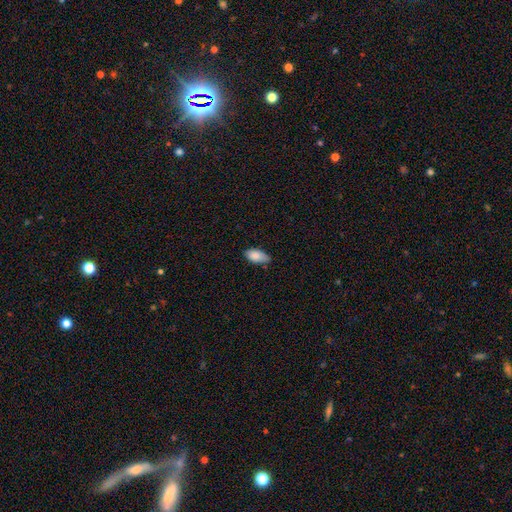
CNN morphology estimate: A smooth galaxy with no disk features (86%) that is in between round and cigar-shaped (93%).

Vote fractions:
- Smooth or featured? smooth: 86% / star or artifact: 7% / featured or disk: 7%
- How rounded? in between: 93% / cigar-shaped: 4% / round: 3%
- Merging? none: 67% / minor disturbance: 28% / major disturbance: 4% / merger: 2%